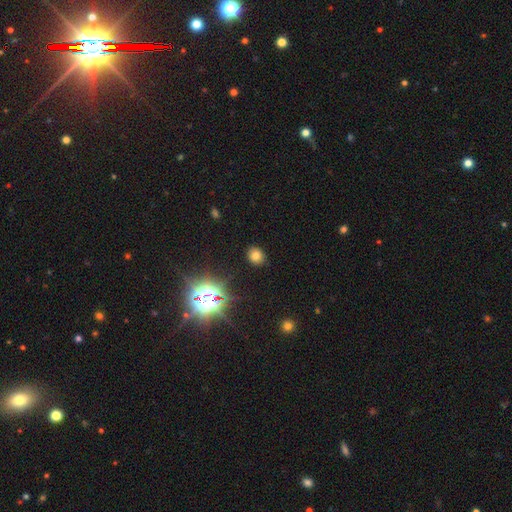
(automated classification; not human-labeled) smooth_or_featured: smooth (p=0.71) [alt: star or artifact p=0.21]
how_rounded: round (p=0.67) [alt: in between p=0.32]
merging: none (p=0.88) [alt: minor disturbance p=0.08]